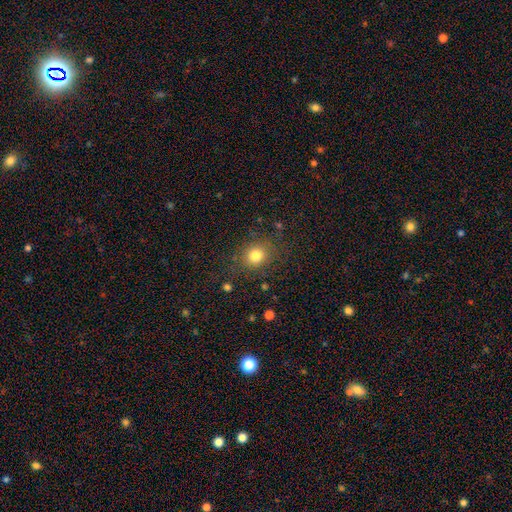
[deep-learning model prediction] The model was most divided on "how rounded": round: 71%, in between: 28%, cigar-shaped: 1%. More confident: merging — none (80%); smooth or featured — smooth (80%).